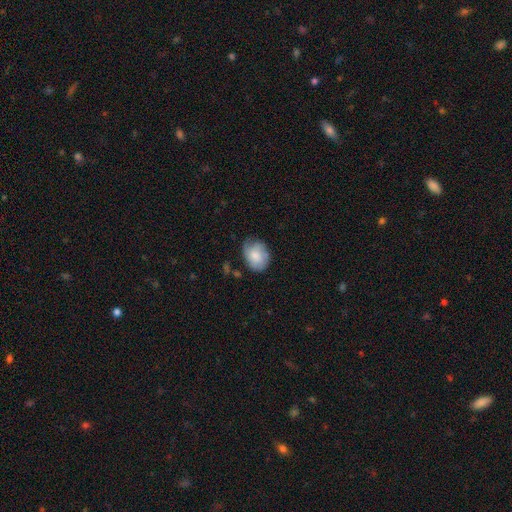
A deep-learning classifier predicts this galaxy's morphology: This is likely a smooth galaxy (72%). How rounded: possibly in between (59%). Merging: likely none (61%).